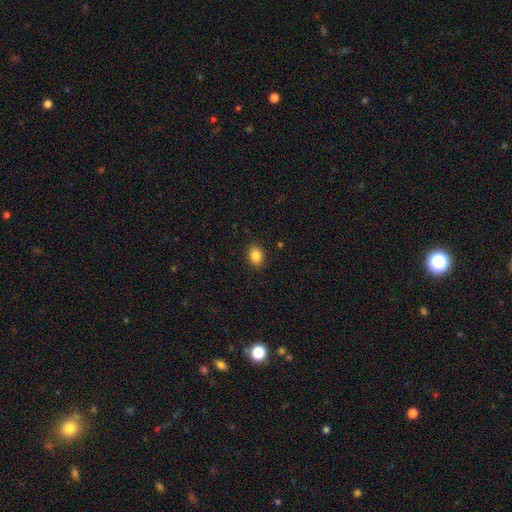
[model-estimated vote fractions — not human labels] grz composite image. It shows a smooth galaxy with no disk features (86%) that is in between round and cigar-shaped (51%). Merging: none (89%).